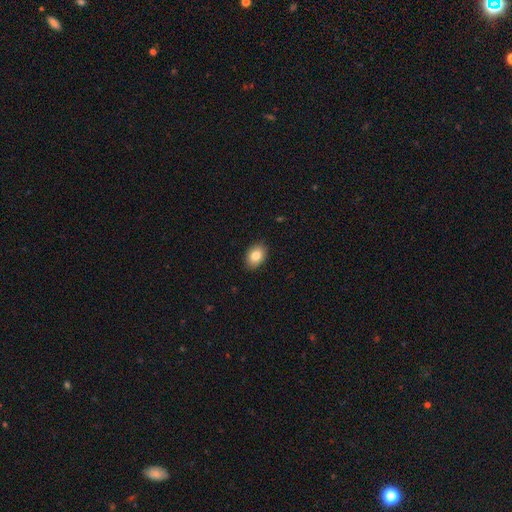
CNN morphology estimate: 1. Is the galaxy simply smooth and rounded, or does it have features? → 83% smooth, 9% featured or disk, 8% star or artifact.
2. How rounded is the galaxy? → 78% in between, 21% round, 1% cigar-shaped.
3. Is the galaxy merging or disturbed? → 88% none, 9% minor disturbance, 2% major disturbance, 1% merger.